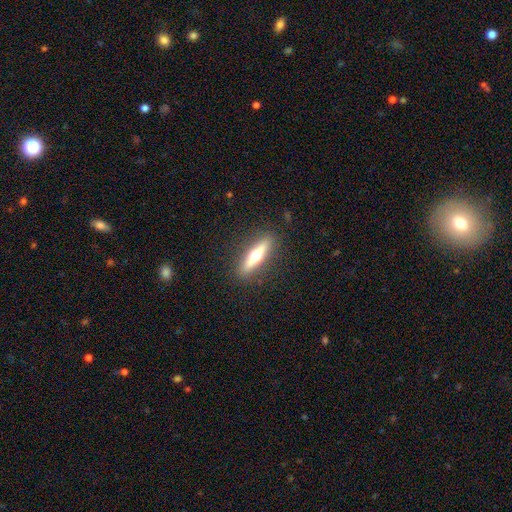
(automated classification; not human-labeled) The model was most divided on "smooth or featured": featured or disk: 54%, smooth: 40%, star or artifact: 6%. More confident: edge-on disk — yes (92%); merging — none (89%).